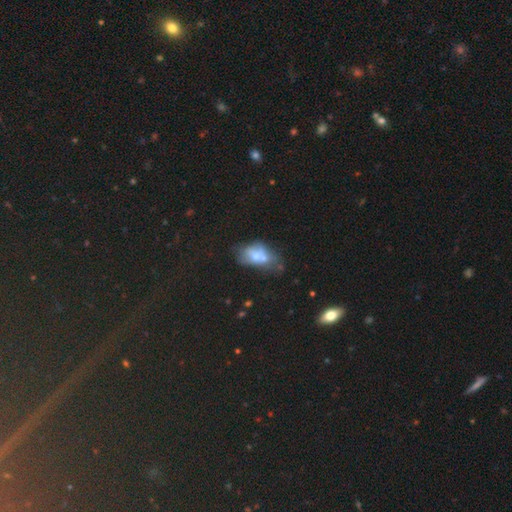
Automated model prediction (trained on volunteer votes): The model was most divided on "merging": merger: 35%, none: 29%, minor disturbance: 20%, major disturbance: 16%. More confident: how rounded — in between (79%); smooth or featured — smooth (51%).